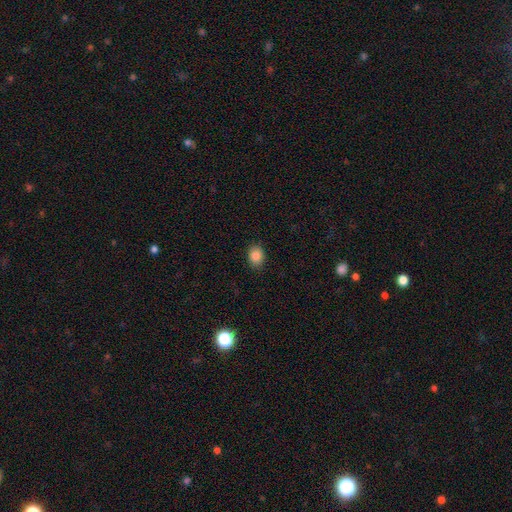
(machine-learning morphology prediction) type=smooth (86%); roundness=in between (61%); merging=none (87%).